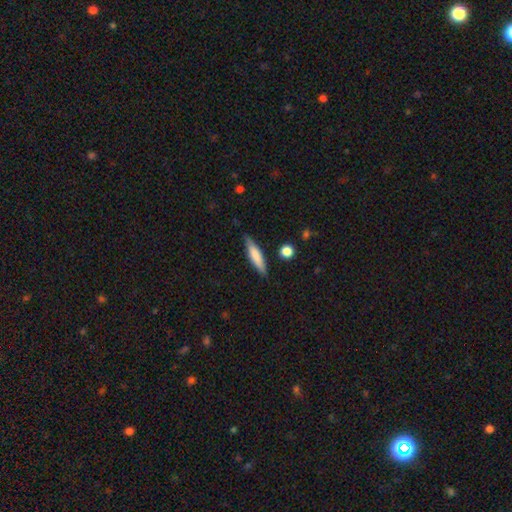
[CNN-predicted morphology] Overall: smooth (70%). How rounded: cigar-shaped (82%). Merging: none (84%).